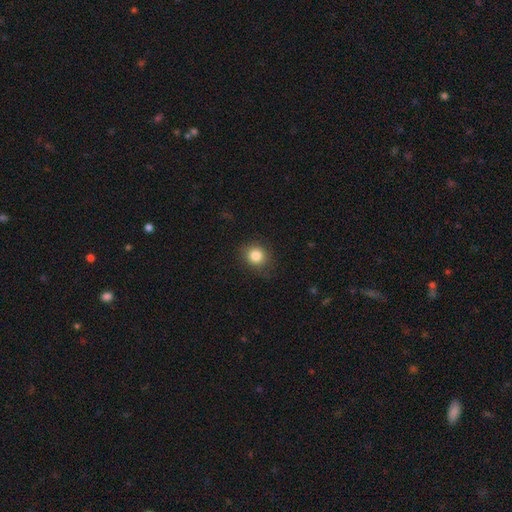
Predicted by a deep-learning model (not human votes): Overall: smooth (84%). How rounded: round (84%). Merging: none (85%).